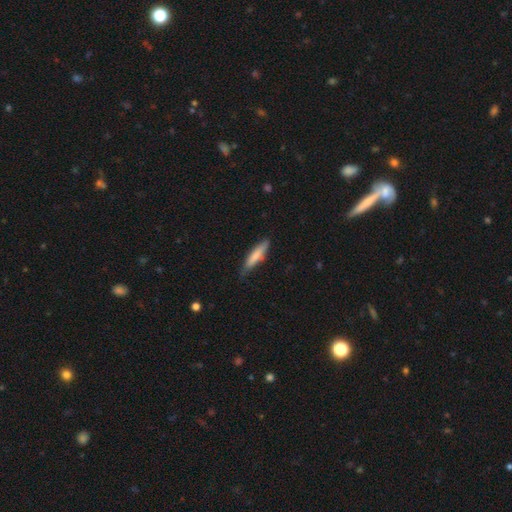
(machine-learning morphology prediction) Smooth or featured?
  - smooth: 74% *
  - featured or disk: 21%
  - star or artifact: 6%
How rounded?
  - cigar-shaped: 82% *
  - in between: 16%
  - round: 1%
Merging?
  - none: 74% *
  - minor disturbance: 22%
  - major disturbance: 3%
  - merger: 2%